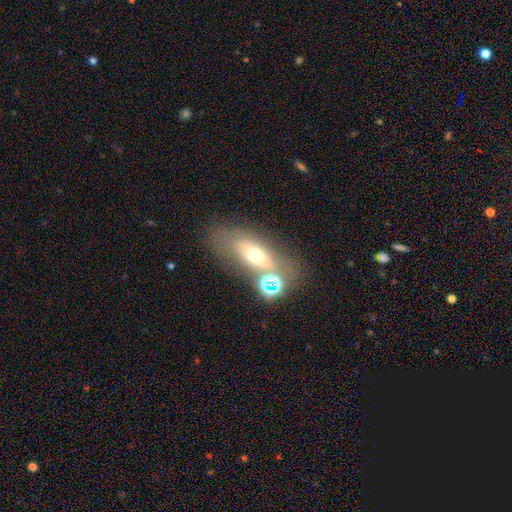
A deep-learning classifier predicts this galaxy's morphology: smooth 52%, featured or disk 34%, star or artifact 14%. Down the decision tree: how rounded — in between (72%); merging — none (55%).